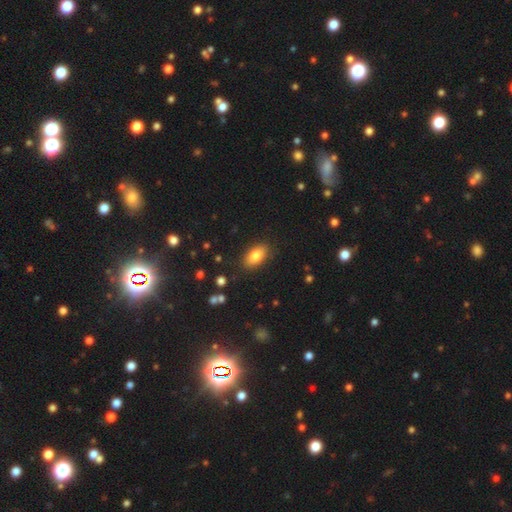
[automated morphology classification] A smooth galaxy with no disk features (81%) that is in between round and cigar-shaped (90%).

Vote fractions:
- Smooth or featured? smooth: 81% / featured or disk: 11% / star or artifact: 8%
- How rounded? in between: 90% / round: 6% / cigar-shaped: 4%
- Merging? none: 86% / minor disturbance: 10% / major disturbance: 3% / merger: 1%